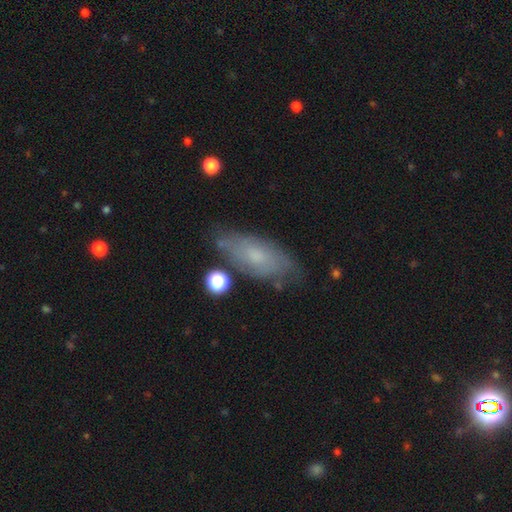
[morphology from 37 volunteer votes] A smooth galaxy with no disk features (51%) that is in between round and cigar-shaped (89%). Merging: none (74%).